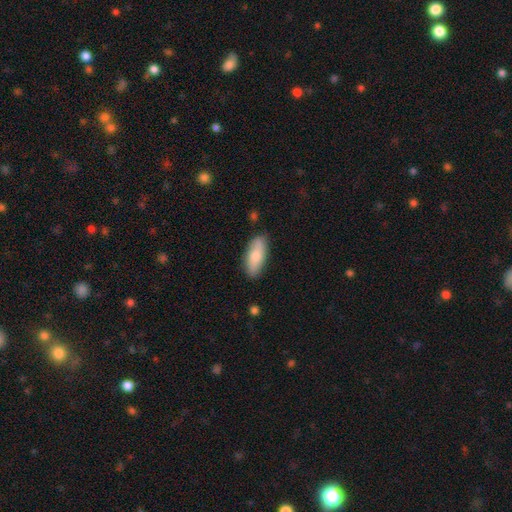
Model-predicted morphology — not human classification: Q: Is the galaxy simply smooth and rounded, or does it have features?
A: smooth — 74%.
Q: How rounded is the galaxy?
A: in between — 80%.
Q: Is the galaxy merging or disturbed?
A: none — 80%.